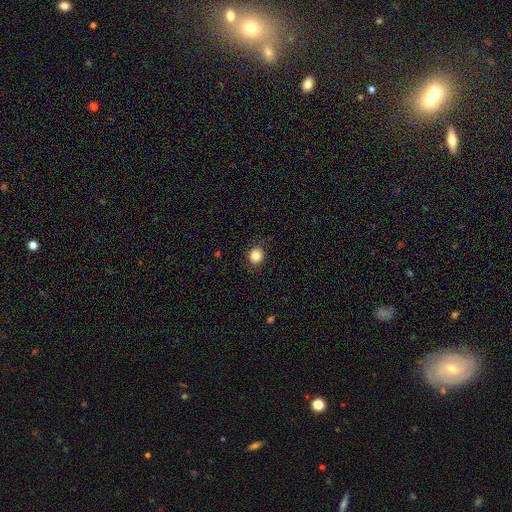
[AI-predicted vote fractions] smooth-or-featured: smooth: 84% | star or artifact: 11% | featured or disk: 5%
  how-rounded: round: 87% | in between: 12% | cigar-shaped: 1%
  merging: none: 88% | minor disturbance: 9% | major disturbance: 3% | merger: 1%